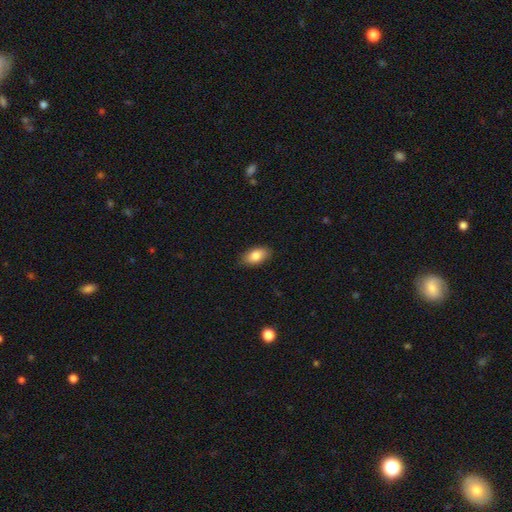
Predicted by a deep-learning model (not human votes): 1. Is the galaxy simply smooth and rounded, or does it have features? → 83% smooth, 10% featured or disk, 7% star or artifact.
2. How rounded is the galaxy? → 92% in between, 5% round, 3% cigar-shaped.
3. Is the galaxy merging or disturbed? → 85% none, 12% minor disturbance, 2% major disturbance, 1% merger.